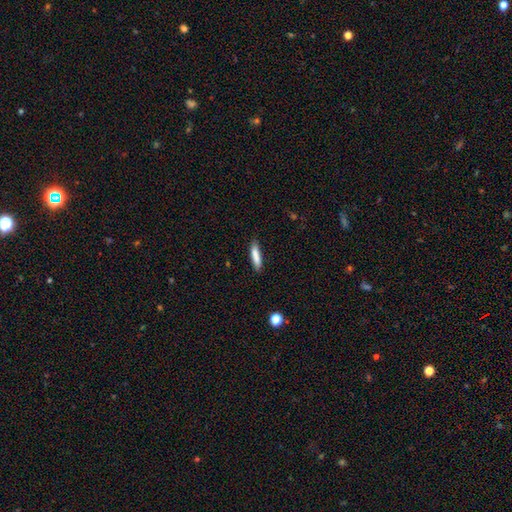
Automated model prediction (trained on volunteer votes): Overall: smooth (82%). How rounded: cigar-shaped (77%). Merging: none (82%).